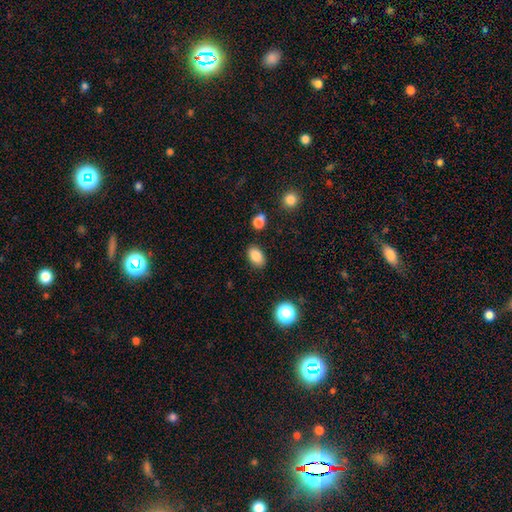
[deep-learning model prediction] Morphology: type=smooth (85%); roundness=in between (88%); merging=none (85%).